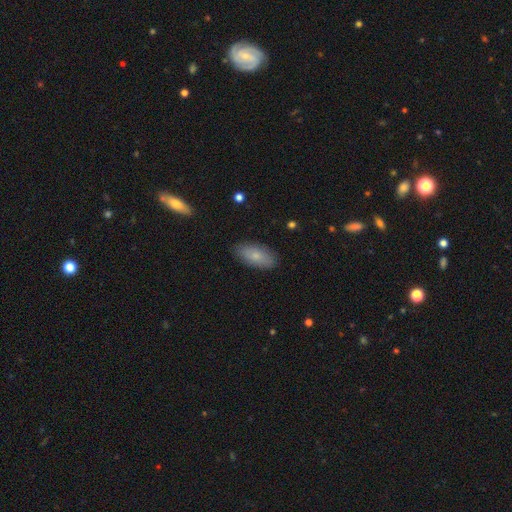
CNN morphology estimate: The model was most divided on "smooth or featured": smooth: 78%, featured or disk: 16%, star or artifact: 6%. More confident: how rounded — in between (88%); merging — none (86%).